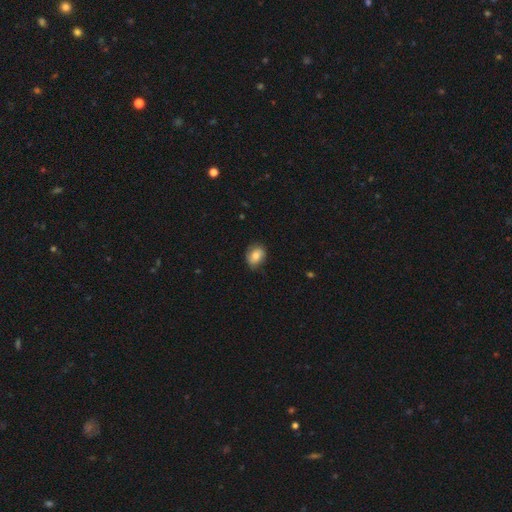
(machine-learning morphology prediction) smooth_or_featured: smooth (p=0.70) [alt: featured or disk p=0.22]
how_rounded: in between (p=0.55) [alt: round p=0.44]
merging: none (p=0.74) [alt: minor disturbance p=0.20]